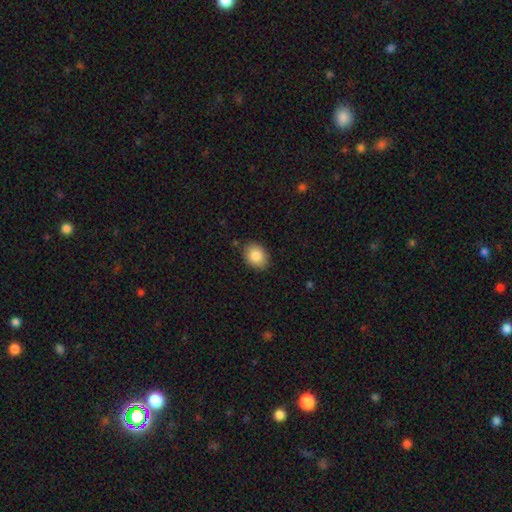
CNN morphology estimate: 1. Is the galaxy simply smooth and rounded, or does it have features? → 85% smooth, 8% star or artifact, 7% featured or disk.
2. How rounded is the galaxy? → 64% in between, 35% round, 1% cigar-shaped.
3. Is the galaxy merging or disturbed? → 86% none, 11% minor disturbance, 2% major disturbance, 1% merger.